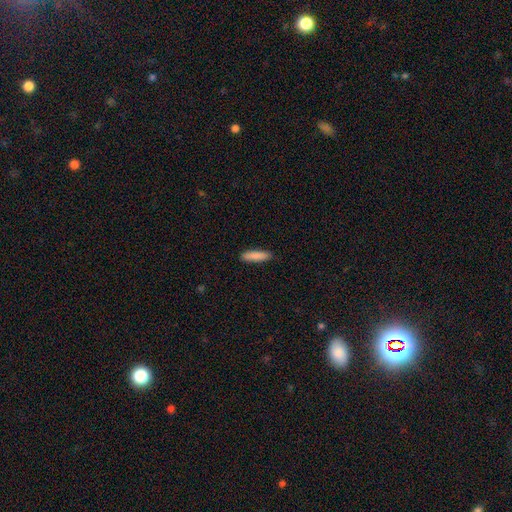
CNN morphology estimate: Smooth or featured: smooth — 88% (featured or disk — 7%)
How rounded: cigar-shaped — 74% (in between — 24%)
Merging: none — 90% (minor disturbance — 7%)